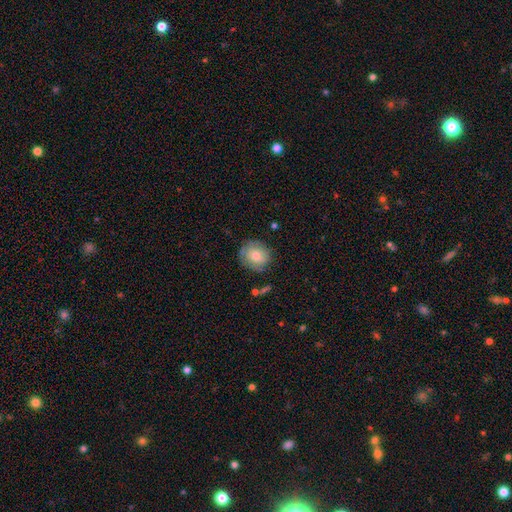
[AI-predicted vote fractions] Smooth or featured? Predicted: smooth (p=0.65). How rounded? Predicted: round (p=0.80). Merging? Predicted: none (p=0.74).